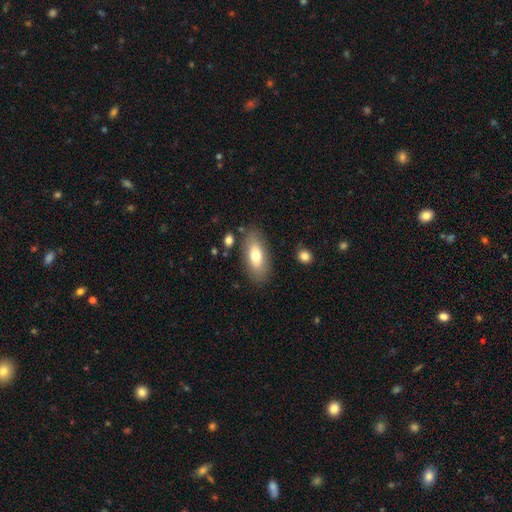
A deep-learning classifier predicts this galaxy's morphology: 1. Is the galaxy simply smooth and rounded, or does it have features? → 70% smooth, 23% featured or disk, 7% star or artifact.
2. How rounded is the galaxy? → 85% in between, 11% cigar-shaped, 4% round.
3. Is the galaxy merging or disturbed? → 82% none, 12% minor disturbance, 3% major disturbance, 3% merger.